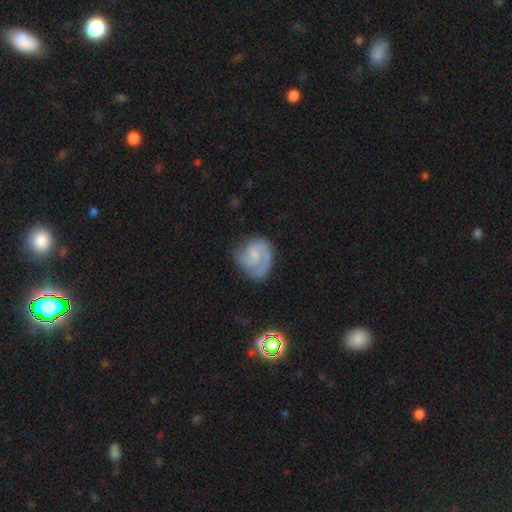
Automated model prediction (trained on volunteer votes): Smooth or featured? featured or disk (72%)
Edge-on disk? no (98%)
Bar? no (56%)
Spiral arms? yes (93%)
Spiral winding? tight (42%, tied with medium)
Spiral arm count? 2 (51%)
Bulge size? small (41%)
Merging? none (61%)